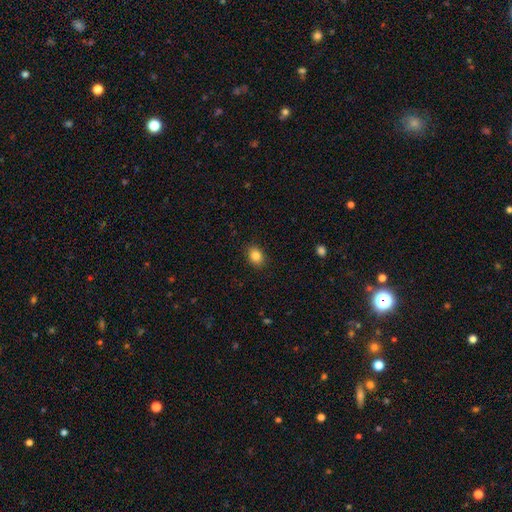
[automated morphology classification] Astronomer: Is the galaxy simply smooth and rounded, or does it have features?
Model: smooth — 85%.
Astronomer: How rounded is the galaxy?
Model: in between — 59% (runner-up: round, 40%).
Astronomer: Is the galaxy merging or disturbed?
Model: none — 89%.